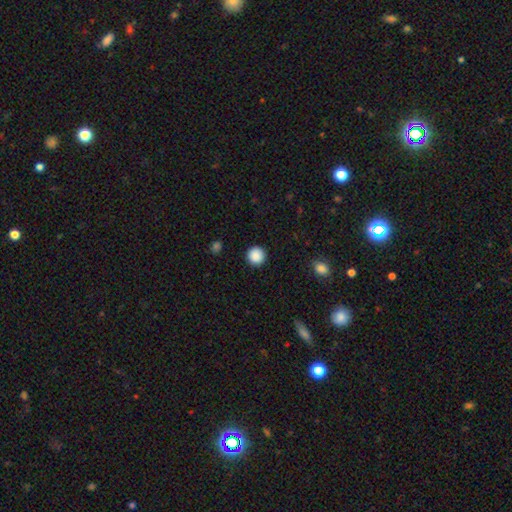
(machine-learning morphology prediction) A smooth galaxy with no disk features (89%) that is round (95%).

Vote fractions:
- Smooth or featured? smooth: 89% / star or artifact: 9% / featured or disk: 2%
- How rounded? round: 95% / in between: 4% / cigar-shaped: 1%
- Merging? none: 92% / minor disturbance: 5% / major disturbance: 2% / merger: 1%